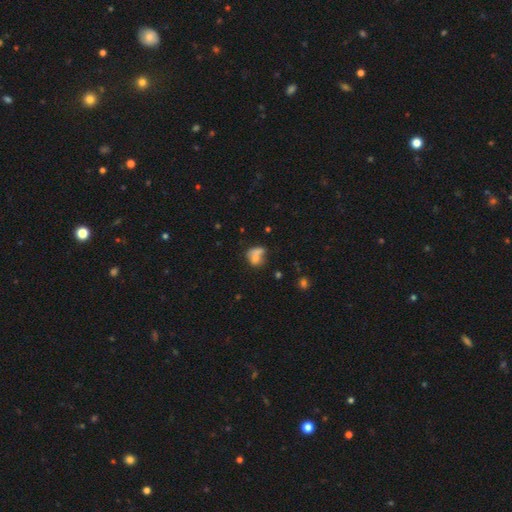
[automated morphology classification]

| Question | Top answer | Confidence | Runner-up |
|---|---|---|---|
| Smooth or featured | smooth | 67% | featured or disk (21%) |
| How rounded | in between | 54% | round (44%) |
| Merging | merger | 48% | none (28%) |